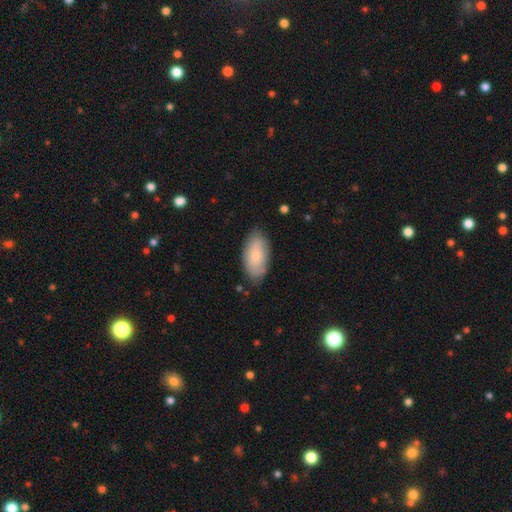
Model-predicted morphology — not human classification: Overall: smooth (77%). How rounded: in between (94%). Merging: none (80%).